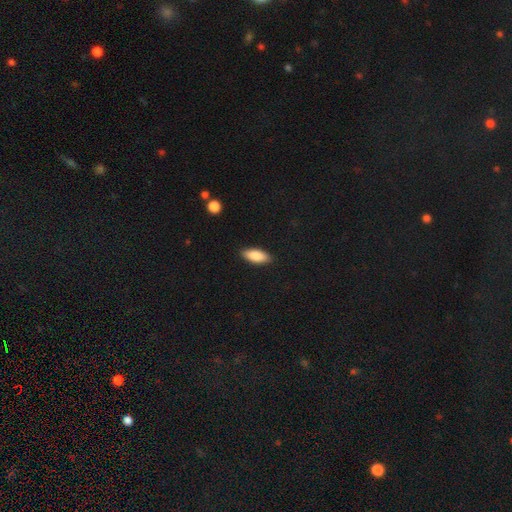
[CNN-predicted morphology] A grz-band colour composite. It shows a smooth galaxy with no disk features (85%) that is in between round and cigar-shaped (79%). Merging: none (89%).